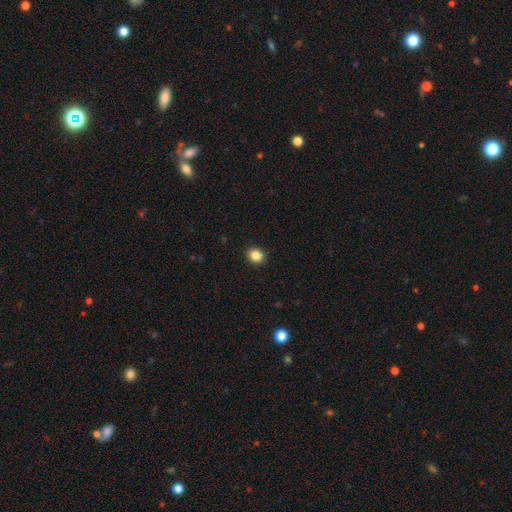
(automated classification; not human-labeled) A smooth galaxy with no disk features (85%) that is round (73%). Merging: none (92%).